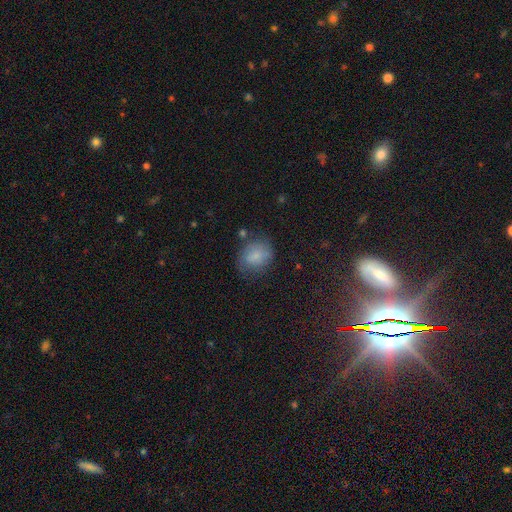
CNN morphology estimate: smooth_or_featured: smooth (p=0.75) [alt: featured or disk p=0.16]
how_rounded: round (p=0.54) [alt: in between p=0.45]
merging: none (p=0.59) [alt: minor disturbance p=0.26]